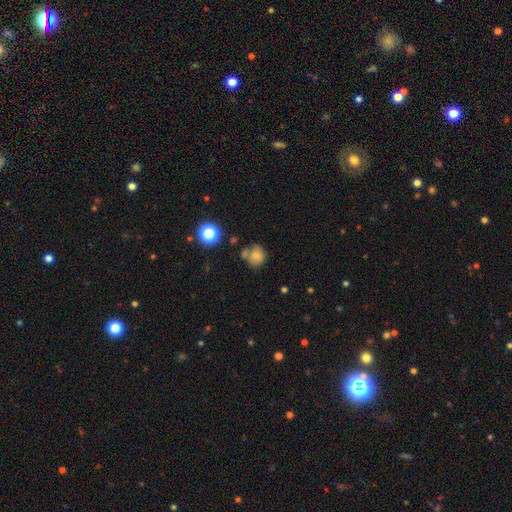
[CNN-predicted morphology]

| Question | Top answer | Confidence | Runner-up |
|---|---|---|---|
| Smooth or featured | smooth | 73% | featured or disk (14%) |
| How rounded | round | 84% | in between (15%) |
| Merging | none | 55% | merger (21%) |